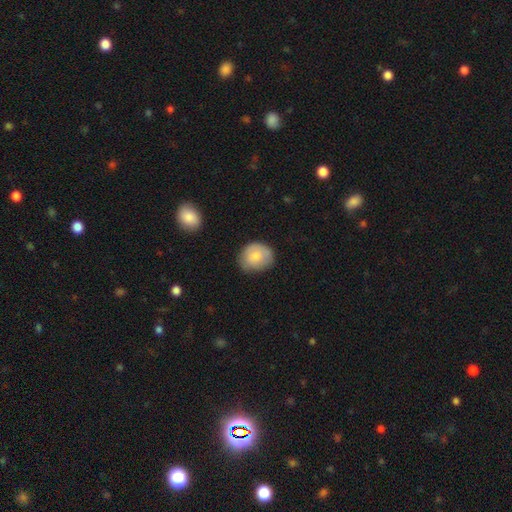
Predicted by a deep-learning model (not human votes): Smooth or featured?
  - smooth: 78% *
  - featured or disk: 15%
  - star or artifact: 7%
How rounded?
  - round: 68% *
  - in between: 31%
  - cigar-shaped: 1%
Merging?
  - none: 68% *
  - minor disturbance: 26%
  - major disturbance: 5%
  - merger: 2%